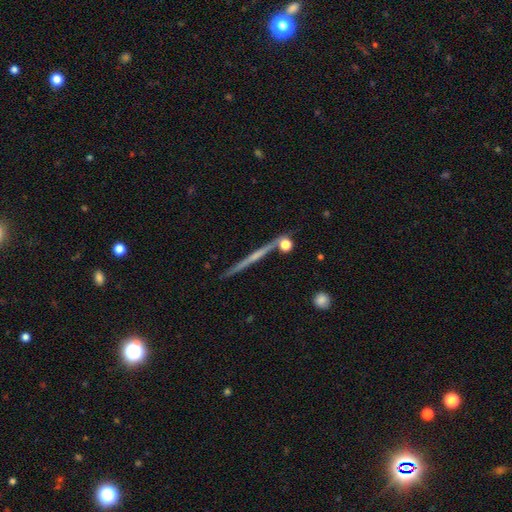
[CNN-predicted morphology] type=featured or disk (67%); edge-on=yes (98%); edge-on bulge=none (63%); merging=none (87%).